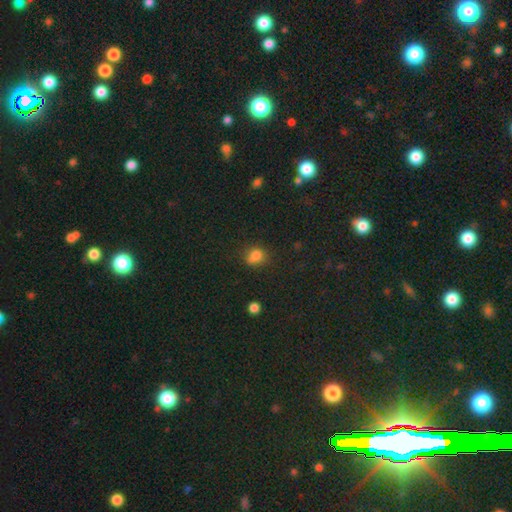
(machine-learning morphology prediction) Q: Smooth or featured?
A: smooth (77%); runner-up: star or artifact (15%)
Q: How rounded?
A: round (69%); runner-up: in between (30%)
Q: Merging?
A: none (50%); runner-up: minor disturbance (22%)